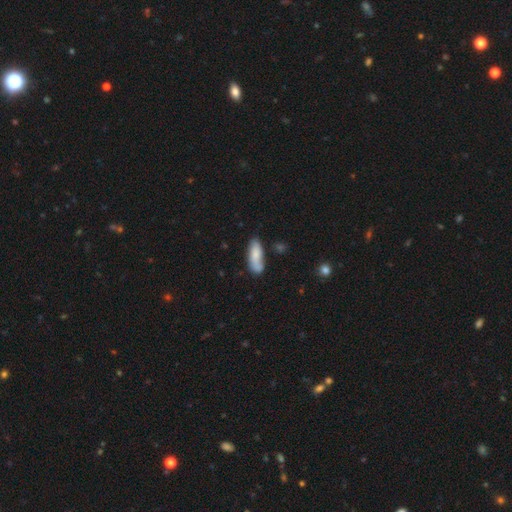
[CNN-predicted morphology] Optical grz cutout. It shows a smooth galaxy with no disk features (75%) that is in between round and cigar-shaped (65%). Merging: none (58%).